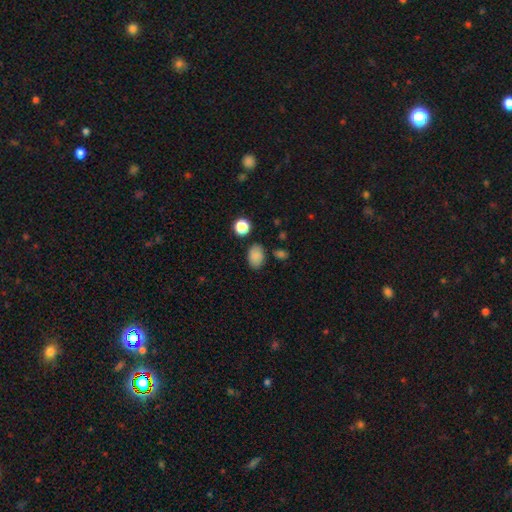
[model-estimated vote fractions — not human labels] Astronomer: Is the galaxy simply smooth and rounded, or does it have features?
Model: smooth — 85%.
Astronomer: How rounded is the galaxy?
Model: in between — 82%.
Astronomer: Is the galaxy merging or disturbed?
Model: none — 80%.